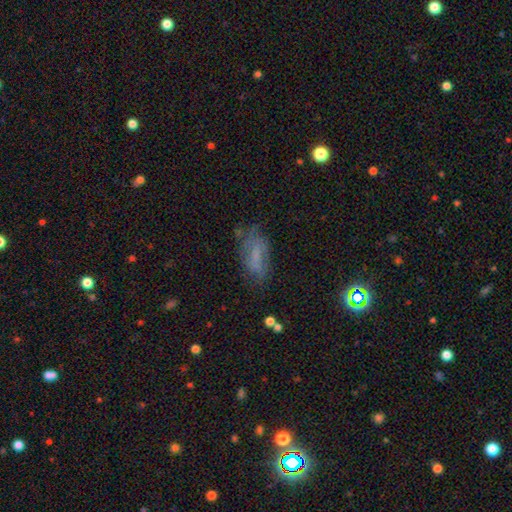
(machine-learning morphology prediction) type=smooth (51%); roundness=in between (78%); merging=none (54%).